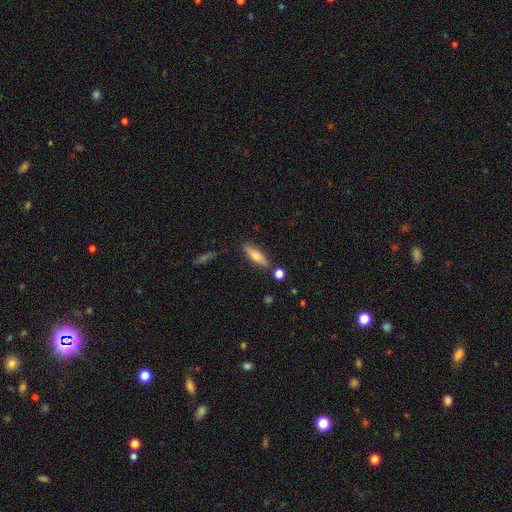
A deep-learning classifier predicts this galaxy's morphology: smooth 62%, featured or disk 31%, star or artifact 7%. Down the decision tree: how rounded — cigar-shaped (65%); merging — none (80%).